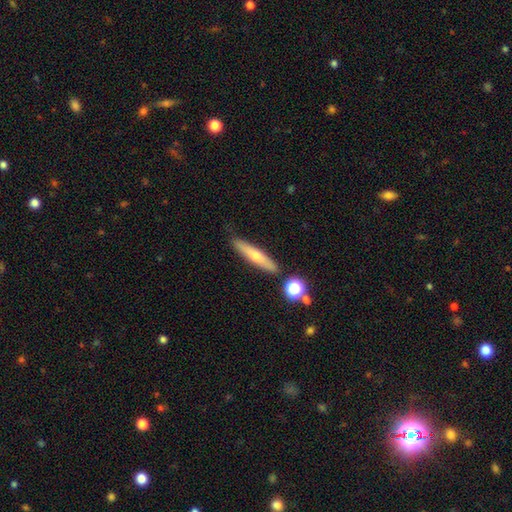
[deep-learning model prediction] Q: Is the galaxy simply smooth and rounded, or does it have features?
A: smooth — 46%, tied with featured or disk.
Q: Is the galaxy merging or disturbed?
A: none — 82%.